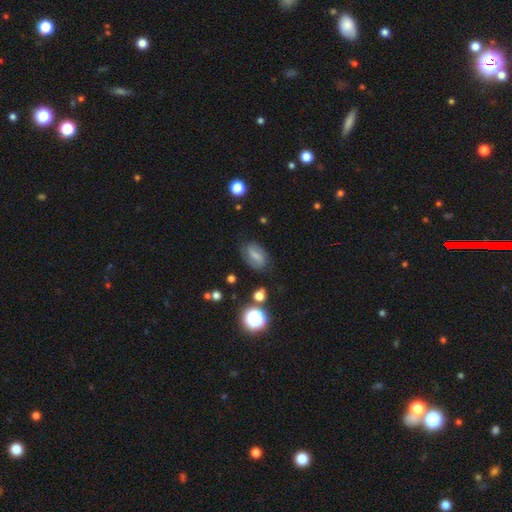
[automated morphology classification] smooth 53%, featured or disk 34%, star or artifact 13%. Down the decision tree: how rounded — in between (81%); merging — none (74%).